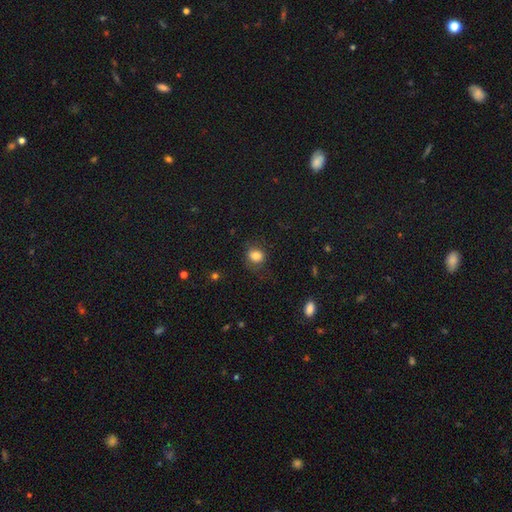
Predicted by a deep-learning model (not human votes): The model was most divided on "how rounded": in between: 50%, round: 49%, cigar-shaped: 1%. More confident: smooth or featured — smooth (81%); merging — none (68%).